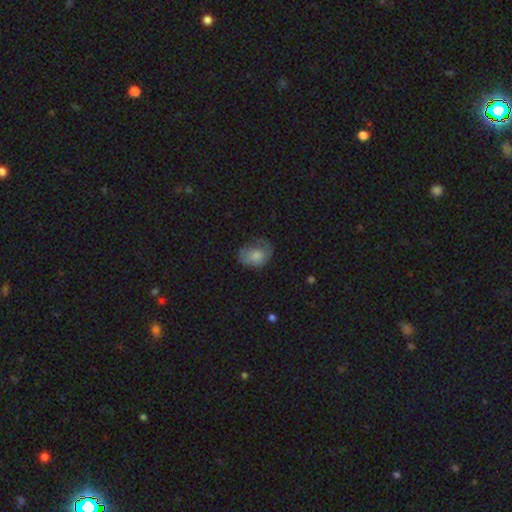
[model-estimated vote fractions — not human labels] A smooth galaxy with no disk features (72%) that is in between round and cigar-shaped (68%). Merging: none (45%).